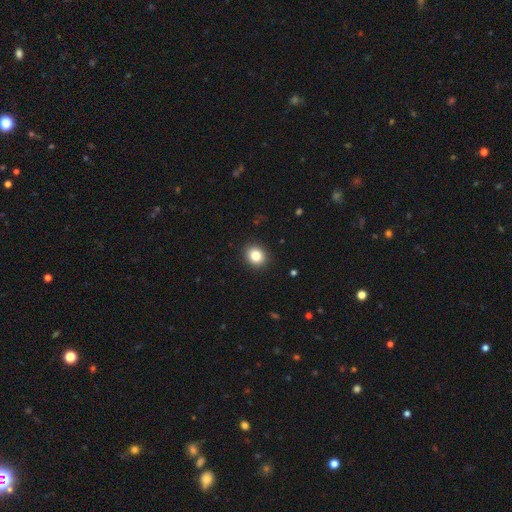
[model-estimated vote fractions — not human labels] Smooth or featured? smooth (83%)
How rounded? round (72%)
Merging? none (91%)